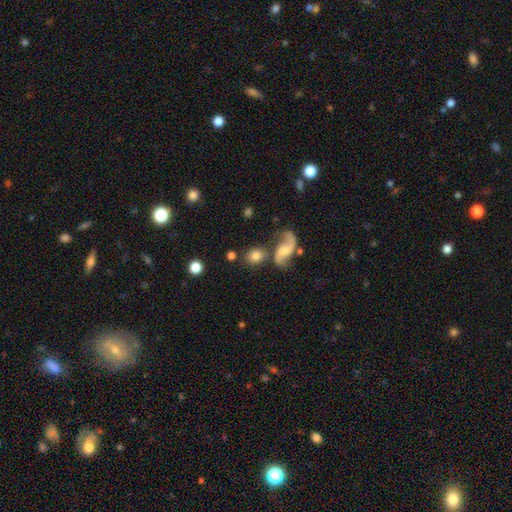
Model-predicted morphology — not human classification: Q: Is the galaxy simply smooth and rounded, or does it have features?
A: smooth — 64%.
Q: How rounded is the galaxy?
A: round — 56%.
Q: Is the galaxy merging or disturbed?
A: none — 63%.